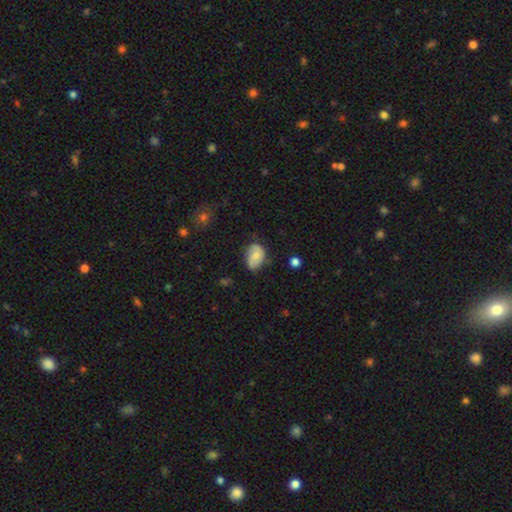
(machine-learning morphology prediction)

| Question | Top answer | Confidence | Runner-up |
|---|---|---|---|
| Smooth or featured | smooth | 59% | featured or disk (33%) |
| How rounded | in between | 81% | round (18%) |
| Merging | none | 56% | minor disturbance (34%) |